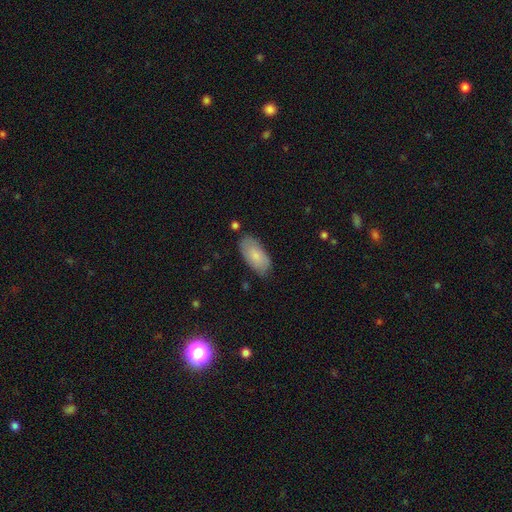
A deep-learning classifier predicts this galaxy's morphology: Smooth or featured? Predicted: smooth (p=0.78). How rounded? Predicted: in between (p=0.93). Merging? Predicted: none (p=0.77).